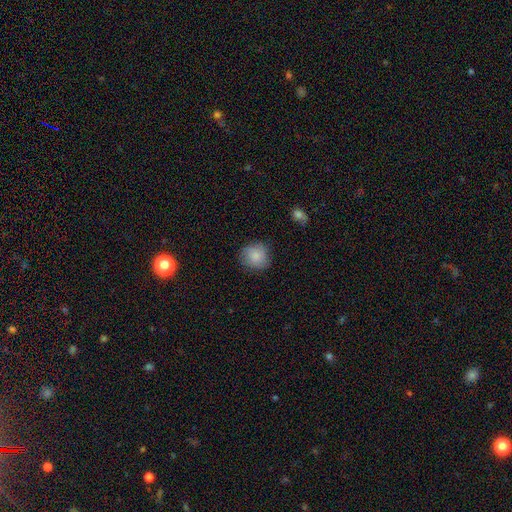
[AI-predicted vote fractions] smooth_or_featured: smooth (p=0.85) [alt: star or artifact p=0.08]
how_rounded: round (p=0.83) [alt: in between p=0.16]
merging: none (p=0.80) [alt: minor disturbance p=0.15]